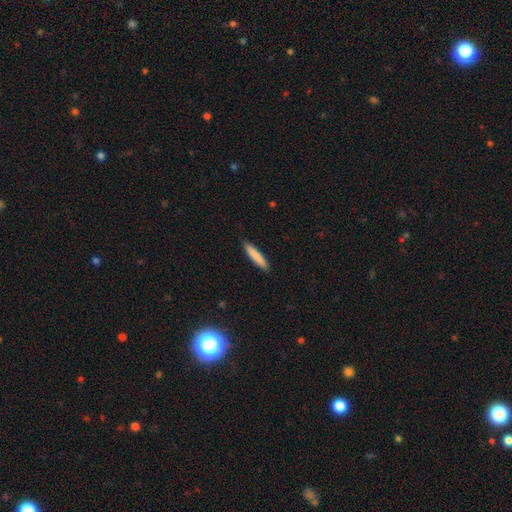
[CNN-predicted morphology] The model was most divided on "smooth or featured": smooth: 84%, featured or disk: 10%, star or artifact: 6%. More confident: merging — none (90%); how rounded — cigar-shaped (90%).